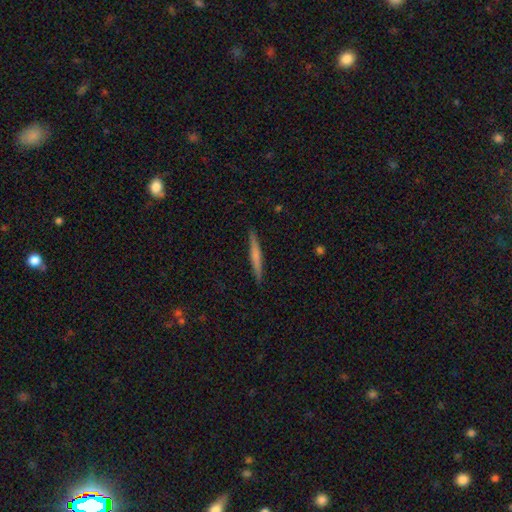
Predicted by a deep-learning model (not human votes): A smooth galaxy with no disk features (57%) that is cigar-shaped (96%). Merging: none (91%).